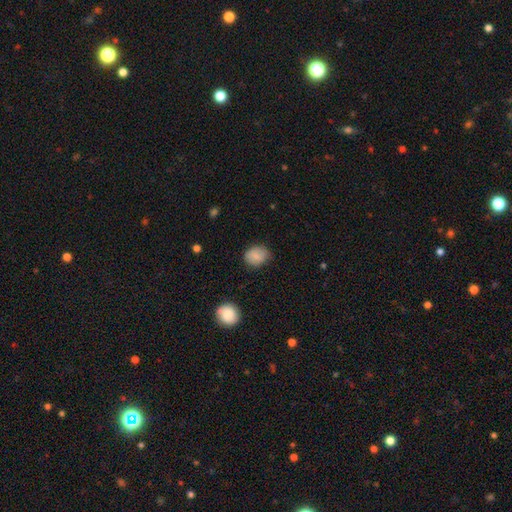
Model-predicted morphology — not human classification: This appears to be a smooth galaxy with no disk features (83%) that is round (54%). Merging: none (74%).